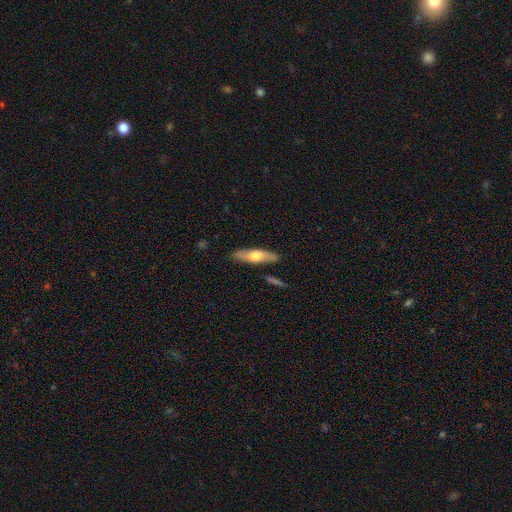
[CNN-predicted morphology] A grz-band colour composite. It shows a smooth galaxy with no disk features (54%) that is cigar-shaped (58%). Merging: none (86%).